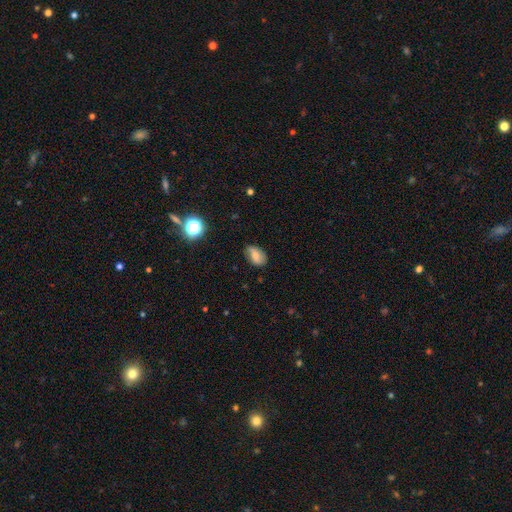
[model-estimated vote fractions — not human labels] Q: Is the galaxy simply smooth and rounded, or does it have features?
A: smooth — 63%.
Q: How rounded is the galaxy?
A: in between — 83%.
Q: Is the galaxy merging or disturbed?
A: none — 68%.